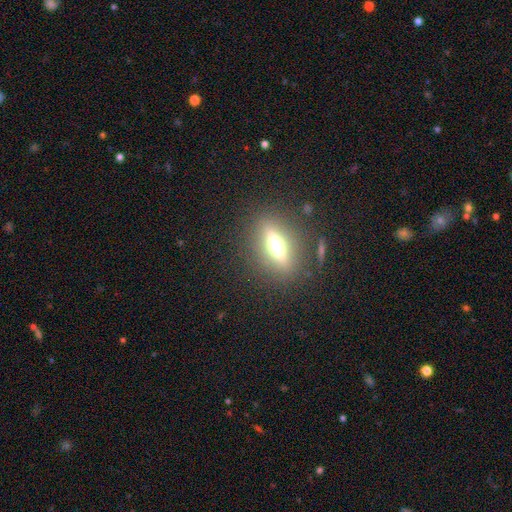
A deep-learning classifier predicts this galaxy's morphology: type=featured or disk (46%); merging=none (87%).